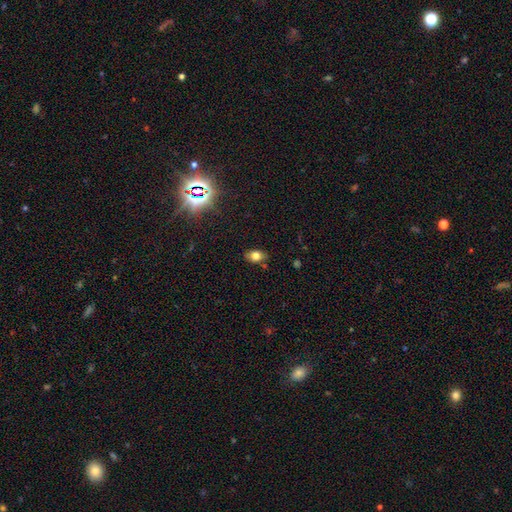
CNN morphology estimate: type=smooth (76%); roundness=in between (80%); merging=none (82%).